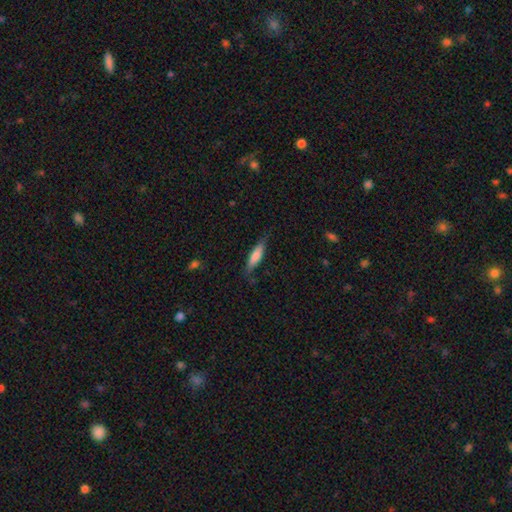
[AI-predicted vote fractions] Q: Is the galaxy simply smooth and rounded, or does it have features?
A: smooth — 72%.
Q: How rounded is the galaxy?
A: cigar-shaped — 71%.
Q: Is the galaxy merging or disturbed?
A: none — 76%.